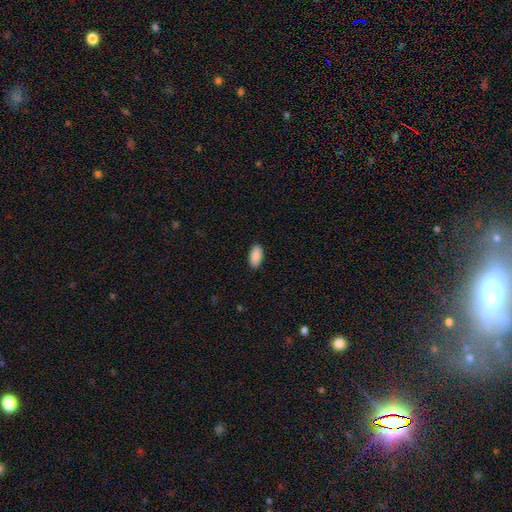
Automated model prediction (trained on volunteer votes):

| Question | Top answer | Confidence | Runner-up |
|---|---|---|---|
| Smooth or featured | smooth | 91% | star or artifact (6%) |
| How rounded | in between | 94% | cigar-shaped (4%) |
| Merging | none | 90% | minor disturbance (7%) |